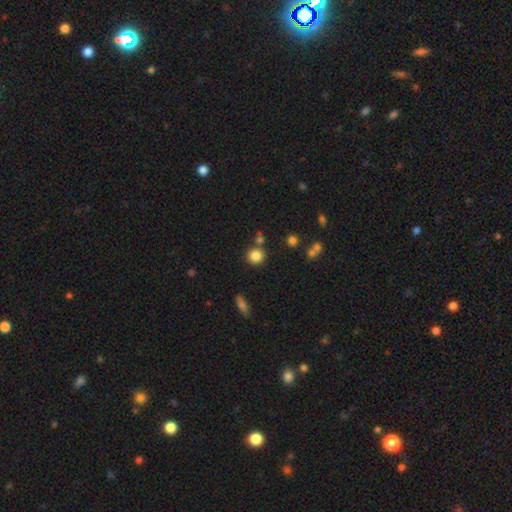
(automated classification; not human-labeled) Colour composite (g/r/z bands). It shows a smooth galaxy with no disk features (84%) that is round (89%). Merging: none (78%).